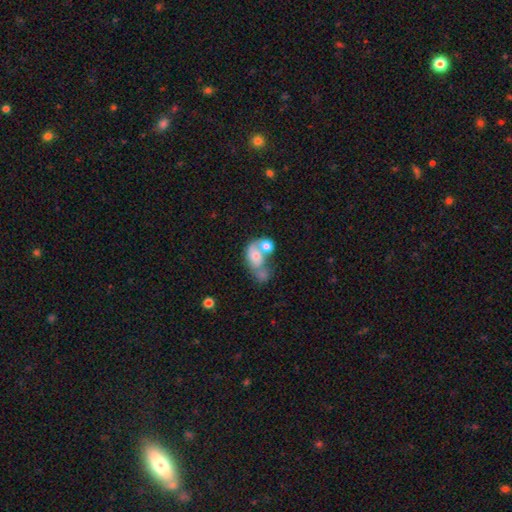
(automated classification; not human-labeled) This is possibly a smooth galaxy (58%). How rounded: likely in between (71%). Merging: likely merger (66%).